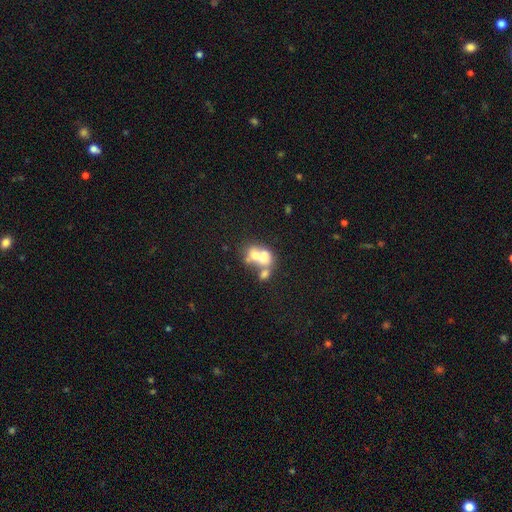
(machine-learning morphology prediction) This appears to be a smooth galaxy with no disk features (58%) that is in between round and cigar-shaped (60%). Merging: merger (65%).